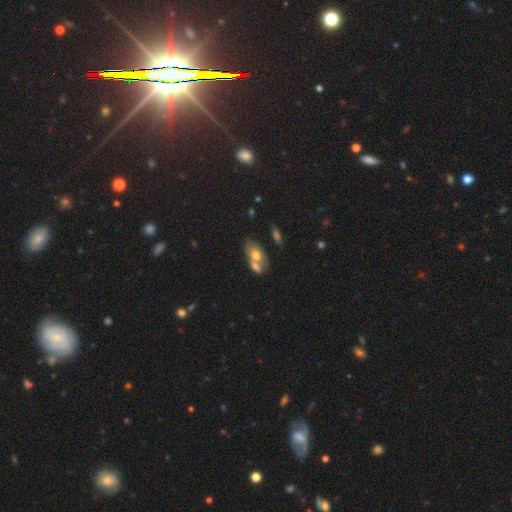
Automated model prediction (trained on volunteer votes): A smooth galaxy with no disk features (63%) that is in between round and cigar-shaped (84%).

Vote fractions:
- Smooth or featured? smooth: 63% / featured or disk: 29% / star or artifact: 8%
- How rounded? in between: 84% / round: 10% / cigar-shaped: 6%
- Merging? merger: 52% / none: 33% / minor disturbance: 11% / major disturbance: 5%